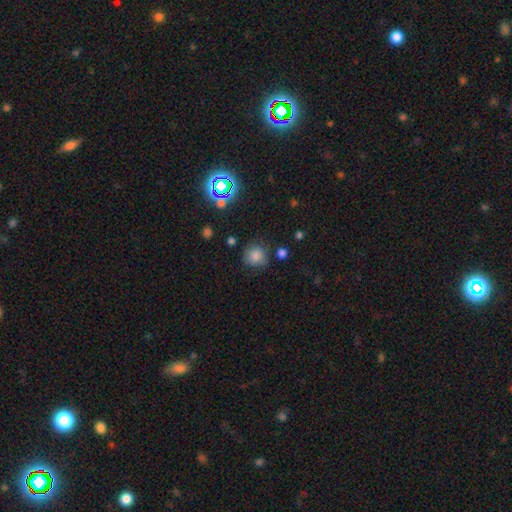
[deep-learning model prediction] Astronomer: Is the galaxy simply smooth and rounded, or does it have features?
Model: smooth — 80%.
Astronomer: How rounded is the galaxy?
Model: round — 89%.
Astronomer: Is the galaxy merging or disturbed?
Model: none — 76%.